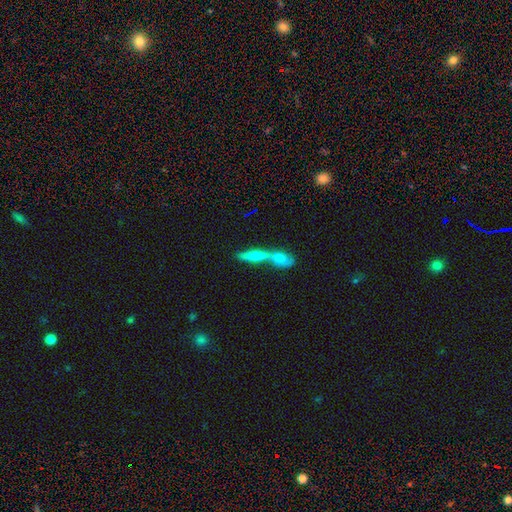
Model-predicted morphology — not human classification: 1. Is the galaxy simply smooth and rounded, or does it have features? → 53% smooth, 38% featured or disk, 9% star or artifact.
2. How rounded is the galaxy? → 69% cigar-shaped, 26% in between, 5% round.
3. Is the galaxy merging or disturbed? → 63% merger, 27% none, 6% minor disturbance, 4% major disturbance.